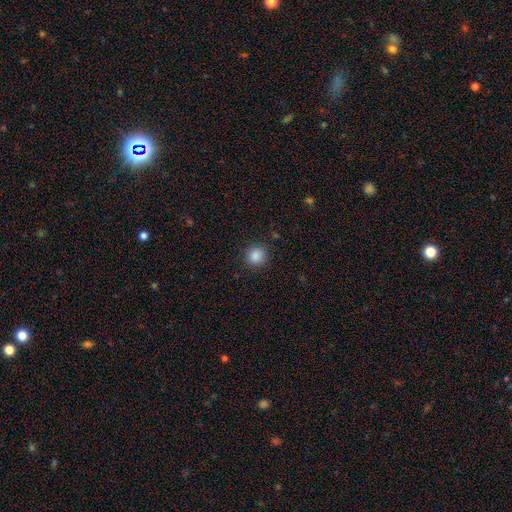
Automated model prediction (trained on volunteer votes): This appears to be a smooth galaxy with no disk features (86%) that is round (92%). Merging: none (88%).